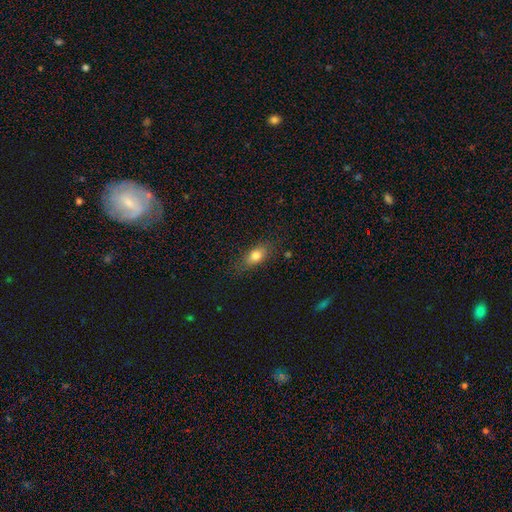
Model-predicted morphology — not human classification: Smooth or featured: smooth — 78% (featured or disk — 13%)
How rounded: in between — 79% (cigar-shaped — 11%)
Merging: none — 77% (minor disturbance — 17%)